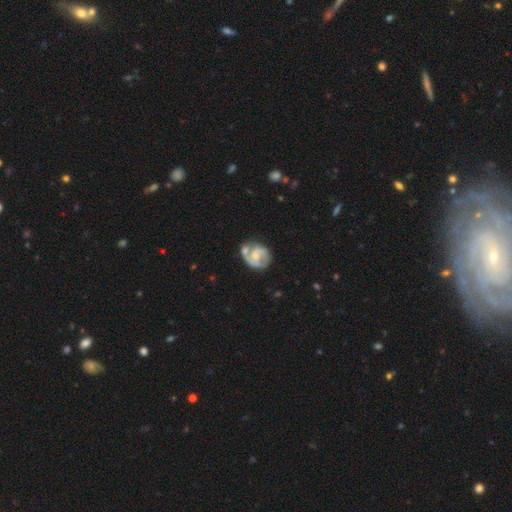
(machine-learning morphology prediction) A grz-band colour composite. It shows a featured or disk galaxy (76%) with no bar (52%), 2 (74%) medium (47%) spiral arms (90%) and a small central bulge (44%). Merging: none (50%).